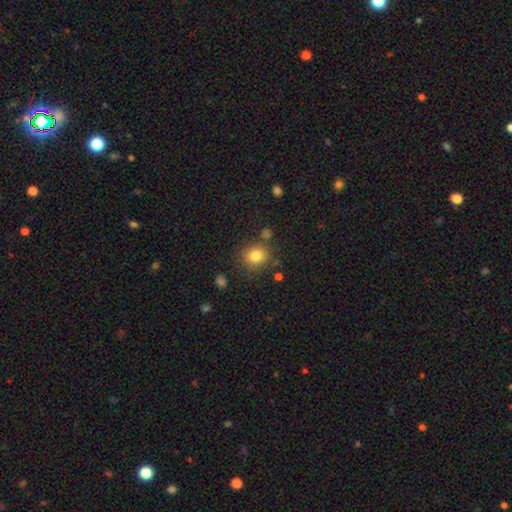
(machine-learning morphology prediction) This is clearly a smooth galaxy (82%). How rounded: likely round (79%). Merging: clearly none (81%).